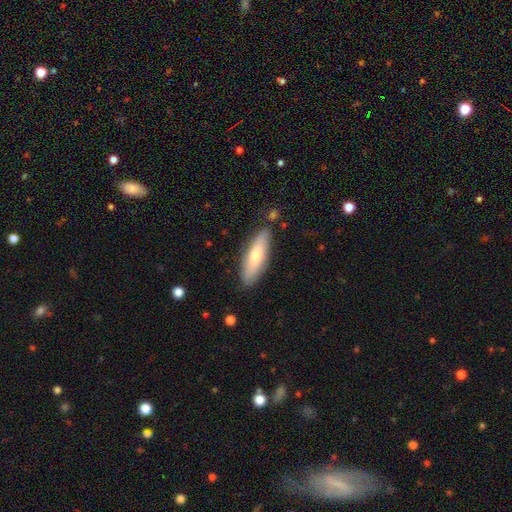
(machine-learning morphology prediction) Smooth or featured? Predicted: smooth (p=0.66). How rounded? Predicted: cigar-shaped (p=0.55). Merging? Predicted: none (p=0.83).